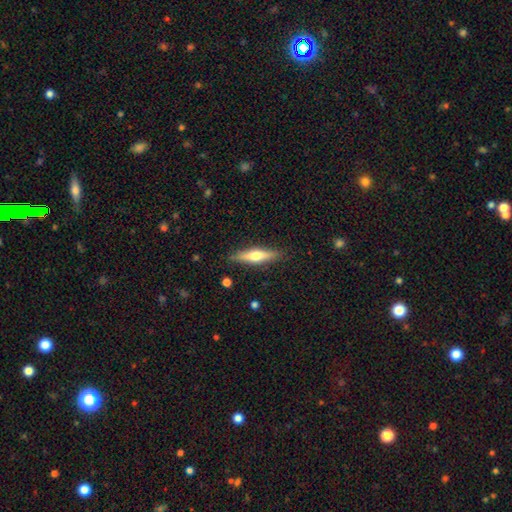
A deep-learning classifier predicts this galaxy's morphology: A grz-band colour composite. It shows a smooth galaxy with no disk features (47%, tied with featured or disk). Merging: none (87%).